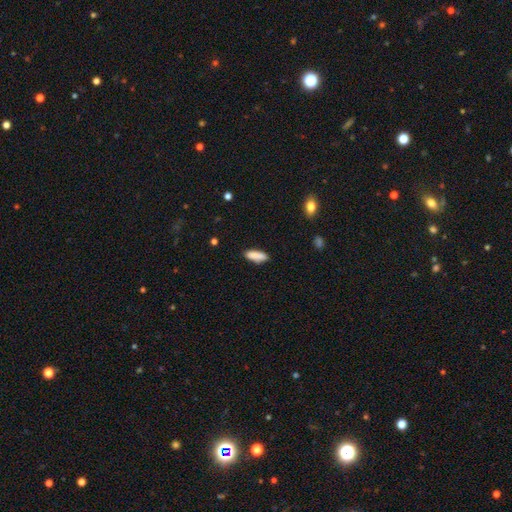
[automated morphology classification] The model was most divided on "how rounded": in between: 54%, cigar-shaped: 44%, round: 2%. More confident: smooth or featured — smooth (87%); merging — none (82%).